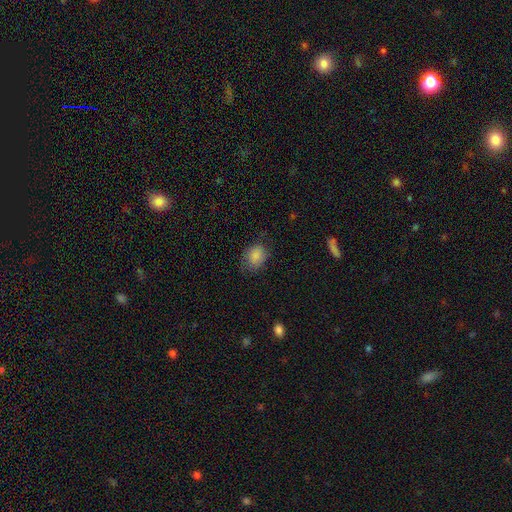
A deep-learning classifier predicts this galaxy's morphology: Smooth or featured: smooth — 85% (star or artifact — 9%)
How rounded: in between — 55% (round — 44%)
Merging: none — 68% (minor disturbance — 24%)